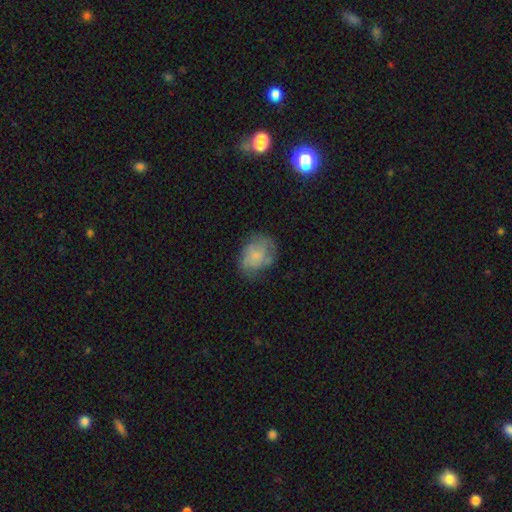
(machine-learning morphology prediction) The model was most divided on "how rounded": in between: 57%, round: 42%, cigar-shaped: 1%. More confident: smooth or featured — smooth (61%); merging — none (56%).